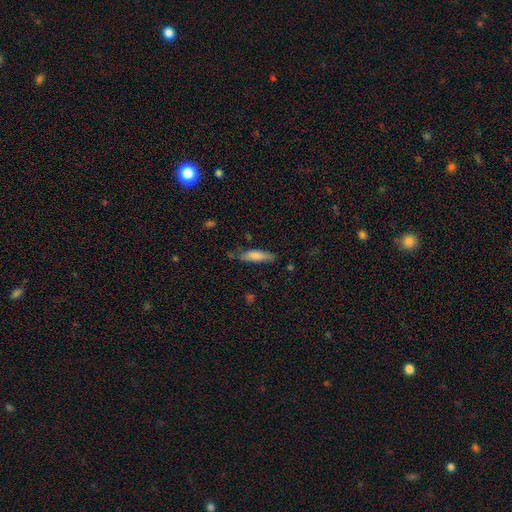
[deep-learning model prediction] A smooth galaxy with no disk features (79%) that is cigar-shaped (64%). Merging: none (68%).